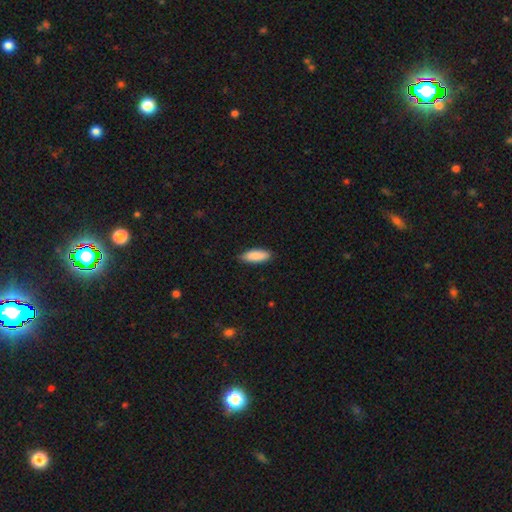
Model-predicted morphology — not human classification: smooth-or-featured: smooth: 89% | star or artifact: 6% | featured or disk: 5%
  how-rounded: in between: 67% | cigar-shaped: 31% | round: 2%
  merging: none: 84% | minor disturbance: 13% | major disturbance: 2% | merger: 1%